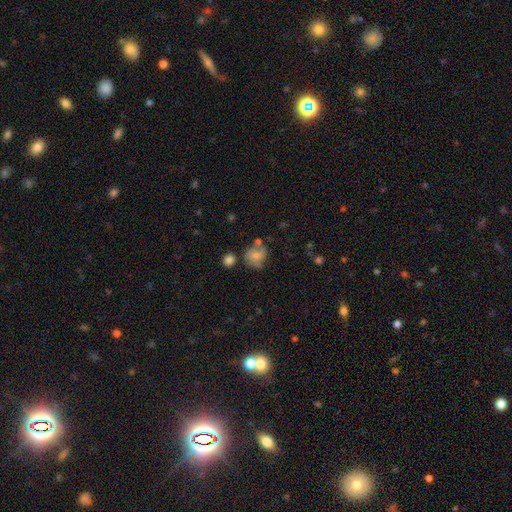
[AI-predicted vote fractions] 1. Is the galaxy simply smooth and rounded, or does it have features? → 62% smooth, 28% featured or disk, 10% star or artifact.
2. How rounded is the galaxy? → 69% round, 30% in between, 1% cigar-shaped.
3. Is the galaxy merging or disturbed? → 52% none, 25% minor disturbance, 12% merger, 11% major disturbance.